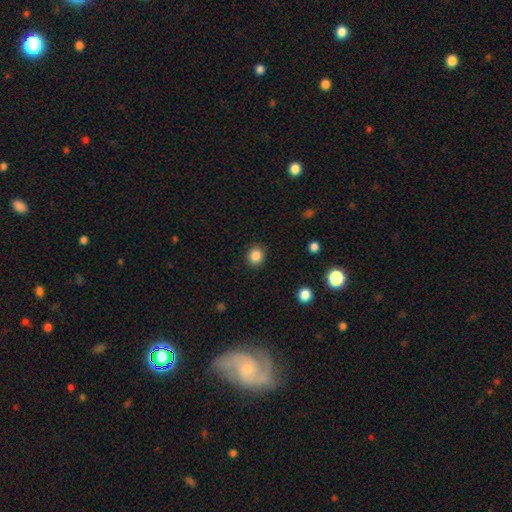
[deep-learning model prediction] smooth 86%, star or artifact 10%, featured or disk 4%. Down the decision tree: how rounded — round (85%); merging — none (90%).